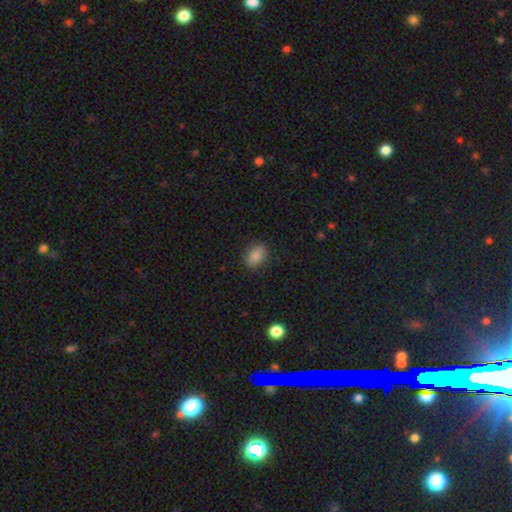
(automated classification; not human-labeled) Smooth or featured: smooth — 86% (star or artifact — 9%)
How rounded: in between — 76% (round — 22%)
Merging: none — 86% (minor disturbance — 10%)